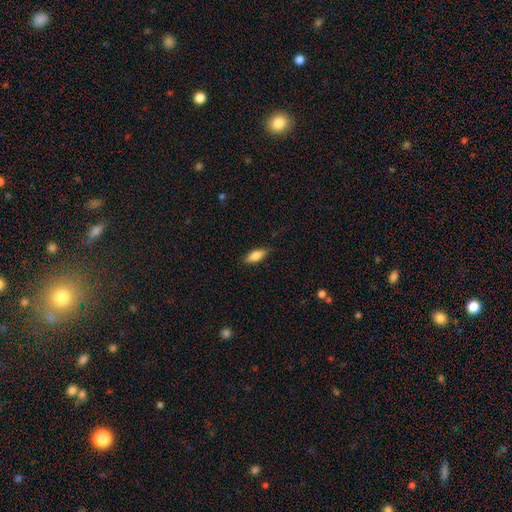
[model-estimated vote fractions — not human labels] A smooth galaxy with no disk features (82%) that is in between round and cigar-shaped (78%). Merging: none (82%).